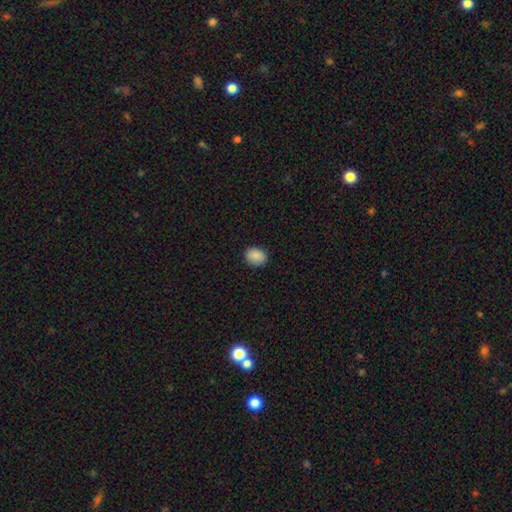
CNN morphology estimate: Smooth or featured? smooth (88%)
How rounded? round (50%)
Merging? none (88%)